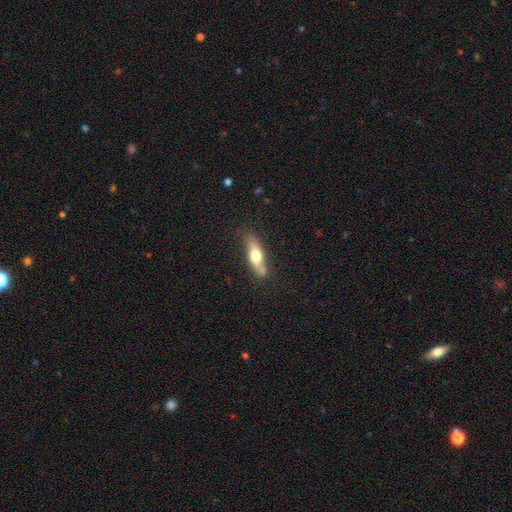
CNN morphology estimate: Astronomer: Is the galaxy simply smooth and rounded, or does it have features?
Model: smooth — 56% (runner-up: featured or disk, 38%).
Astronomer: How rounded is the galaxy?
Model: cigar-shaped — 53% (runner-up: in between, 43%).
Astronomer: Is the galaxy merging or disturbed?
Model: none — 67%.